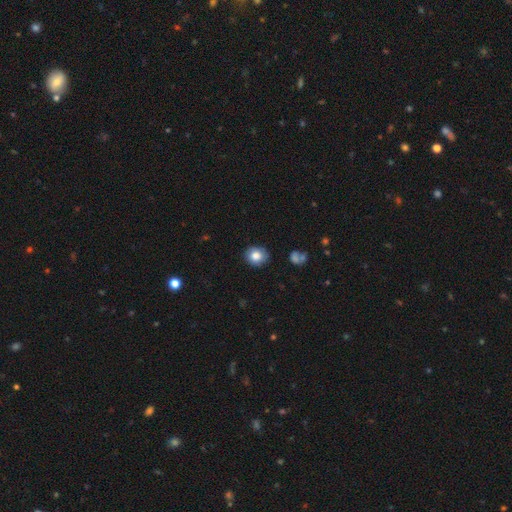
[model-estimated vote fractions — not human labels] Smooth or featured: smooth — 82% (star or artifact — 9%)
How rounded: round — 80% (in between — 19%)
Merging: none — 85% (minor disturbance — 12%)